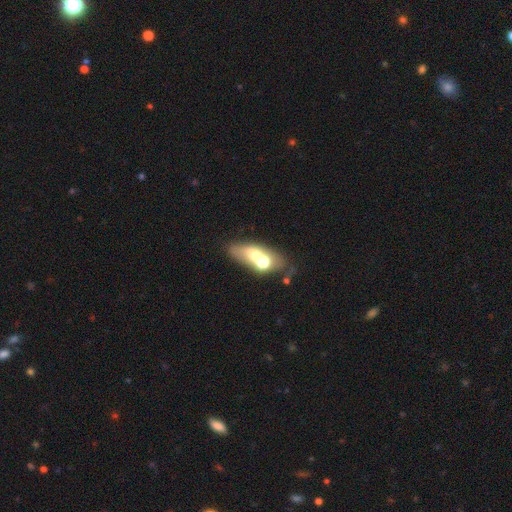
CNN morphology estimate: Smooth or featured: smooth — 51% (featured or disk — 37%)
How rounded: in between — 72% (round — 15%)
Merging: none — 49% (merger — 31%)